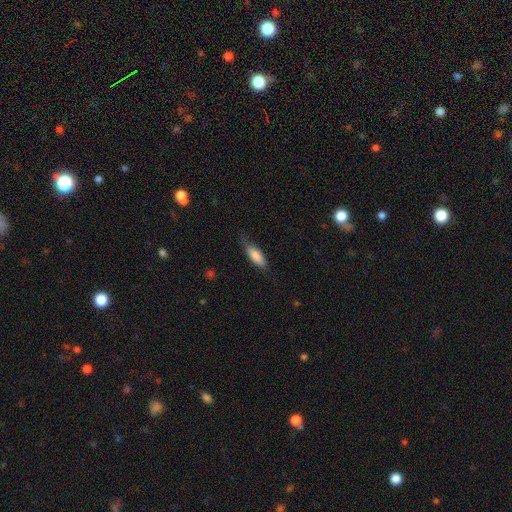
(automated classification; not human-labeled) Smooth or featured? smooth (78%)
How rounded? in between (60%)
Merging? none (60%)